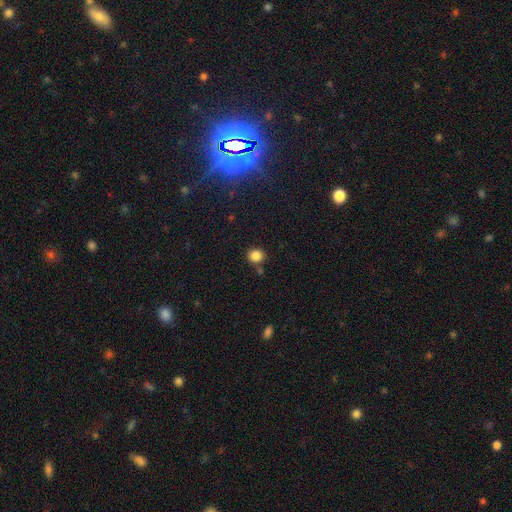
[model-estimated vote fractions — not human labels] A smooth galaxy with no disk features (85%) that is round (85%).

Vote fractions:
- Smooth or featured? smooth: 85% / star or artifact: 11% / featured or disk: 4%
- How rounded? round: 85% / in between: 14% / cigar-shaped: 1%
- Merging? none: 80% / minor disturbance: 9% / merger: 8% / major disturbance: 3%